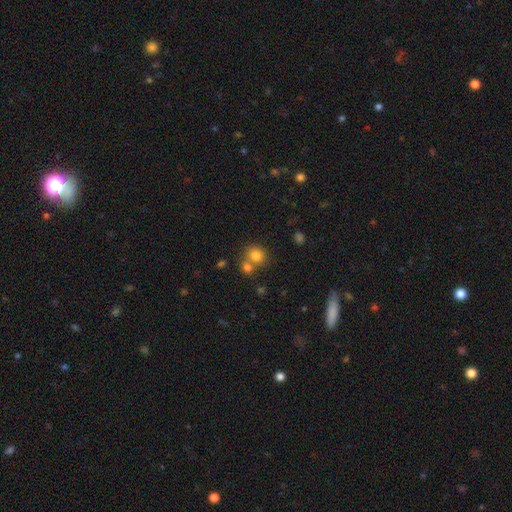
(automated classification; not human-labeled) This is likely a smooth galaxy (79%). How rounded: clearly round (83%). Merging: possibly none (55%).